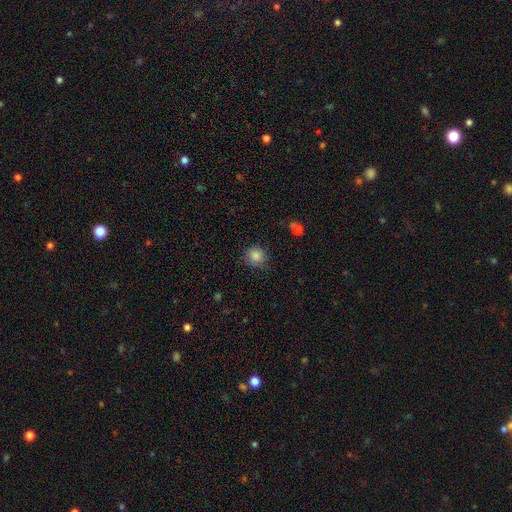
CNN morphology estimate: type=smooth (85%); roundness=round (86%); merging=none (79%).